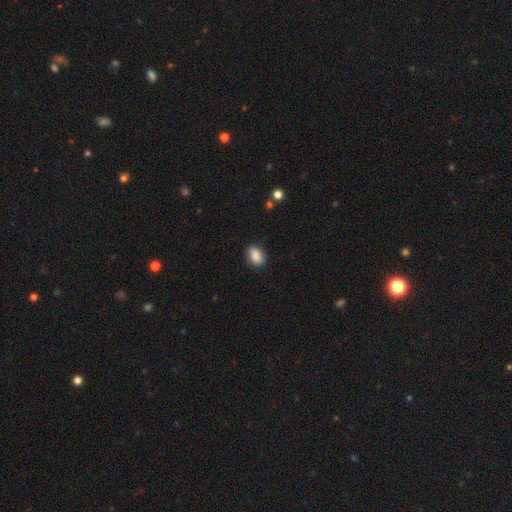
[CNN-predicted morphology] smooth-or-featured: smooth: 86% | star or artifact: 8% | featured or disk: 7%
  how-rounded: in between: 83% | round: 15% | cigar-shaped: 2%
  merging: none: 82% | minor disturbance: 14% | major disturbance: 3% | merger: 1%